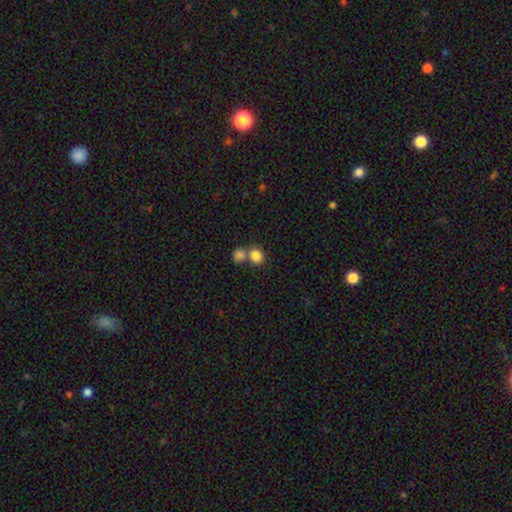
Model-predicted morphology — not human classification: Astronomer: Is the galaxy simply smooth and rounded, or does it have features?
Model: smooth — 84%.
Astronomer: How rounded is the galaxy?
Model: round — 71%.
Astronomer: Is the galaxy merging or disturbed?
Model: none — 46% (runner-up: merger, 44%).